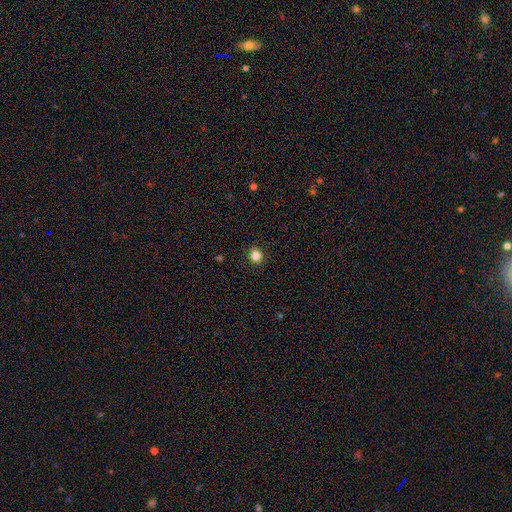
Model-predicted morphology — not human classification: smooth-or-featured: smooth: 84% | star or artifact: 11% | featured or disk: 4%
  how-rounded: round: 85% | in between: 14% | cigar-shaped: 1%
  merging: none: 92% | minor disturbance: 6% | major disturbance: 2% | merger: 1%